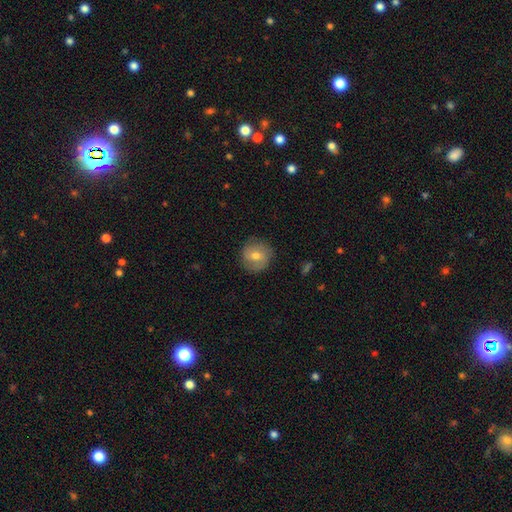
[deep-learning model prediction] A smooth galaxy with no disk features (57%) that is round (90%). Merging: none (85%).